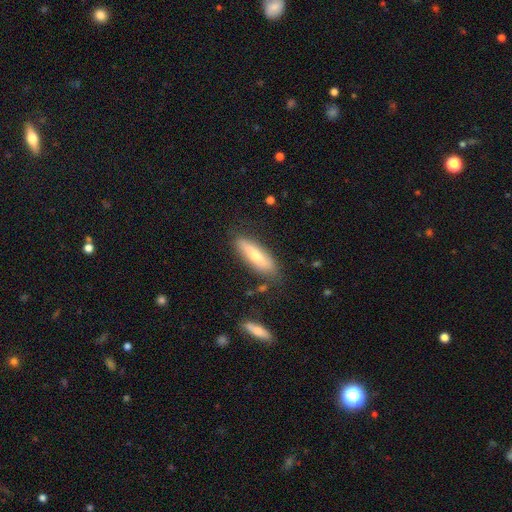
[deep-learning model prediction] Smooth or featured? smooth (65%)
How rounded? cigar-shaped (58%)
Merging? none (79%)